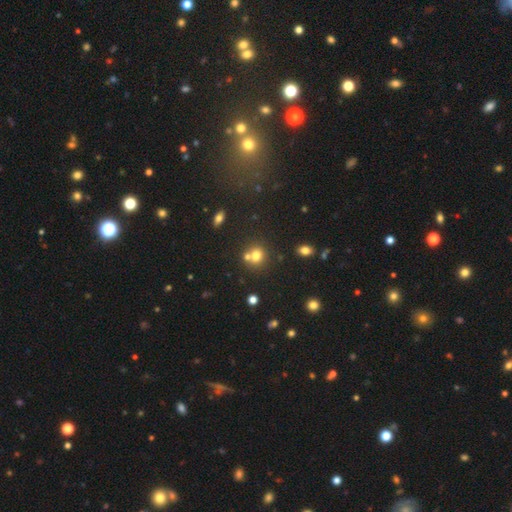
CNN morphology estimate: This is likely a smooth galaxy (70%). How rounded: clearly round (80%). Merging: possibly none (51%).